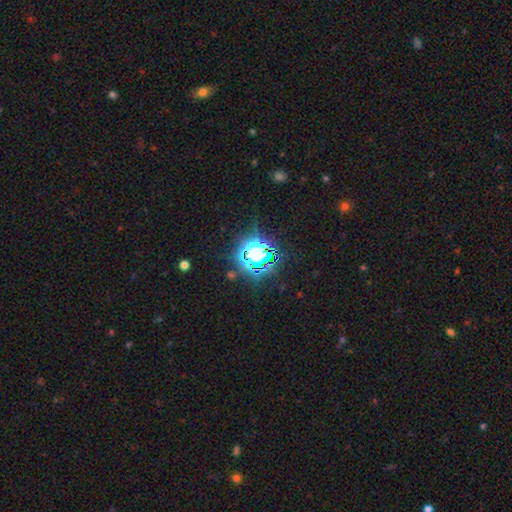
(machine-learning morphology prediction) type=star or artifact (71%).